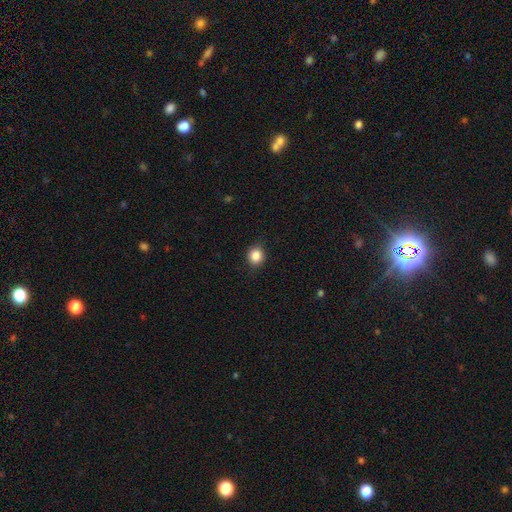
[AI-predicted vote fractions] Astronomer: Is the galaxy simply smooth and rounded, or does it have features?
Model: smooth — 85%.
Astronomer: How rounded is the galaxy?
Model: round — 79%.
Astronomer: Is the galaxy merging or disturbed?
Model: none — 87%.